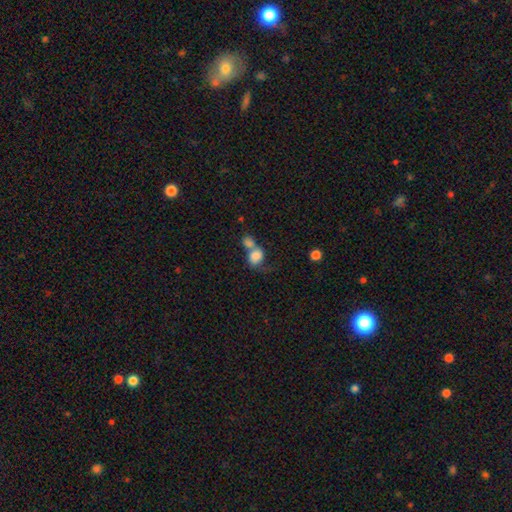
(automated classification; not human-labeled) Smooth or featured?
  - smooth: 77% *
  - featured or disk: 14%
  - star or artifact: 9%
How rounded?
  - in between: 53% *
  - round: 46%
  - cigar-shaped: 1%
Merging?
  - merger: 64% *
  - none: 18%
  - major disturbance: 9%
  - minor disturbance: 8%